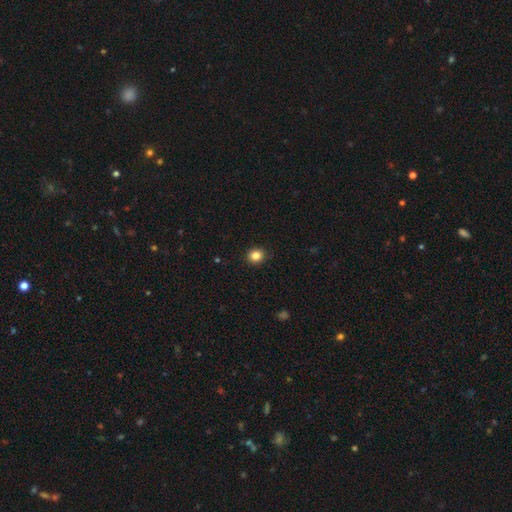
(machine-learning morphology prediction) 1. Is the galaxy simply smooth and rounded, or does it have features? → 84% smooth, 11% star or artifact, 5% featured or disk.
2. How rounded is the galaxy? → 80% round, 19% in between, 1% cigar-shaped.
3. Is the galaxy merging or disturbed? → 91% none, 7% minor disturbance, 2% major disturbance, 1% merger.